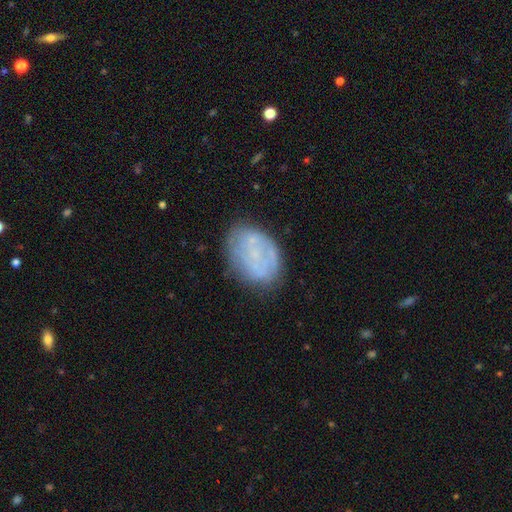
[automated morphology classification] The model was most divided on "smooth or featured": smooth: 45%, featured or disk: 44%, star or artifact: 10%. More confident: merging — none (71%).